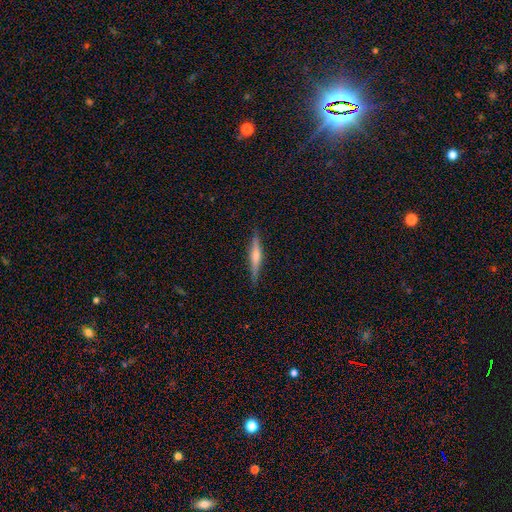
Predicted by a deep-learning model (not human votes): smooth-or-featured: featured or disk: 63% | smooth: 31% | star or artifact: 6%
  disk-edge-on: yes: 97% | no: 3%
    edge-on-bulge: rounded: 74% | none: 14% | boxy: 12%
  merging: none: 89% | minor disturbance: 9% | major disturbance: 2% | merger: 1%